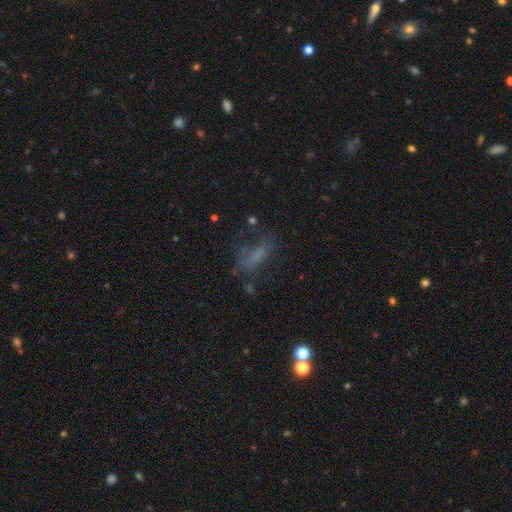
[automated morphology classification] smooth 47%, featured or disk 30%, star or artifact 23%. Down the decision tree: merging — none (44%).